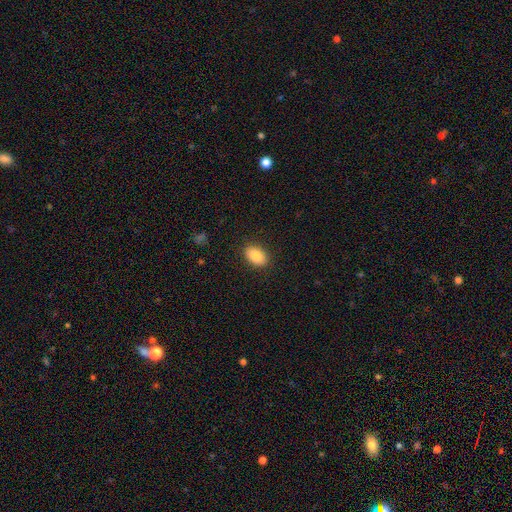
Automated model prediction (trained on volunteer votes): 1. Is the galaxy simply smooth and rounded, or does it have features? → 87% smooth, 7% star or artifact, 6% featured or disk.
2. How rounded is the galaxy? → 90% in between, 9% round, 1% cigar-shaped.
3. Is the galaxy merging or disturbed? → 88% none, 8% minor disturbance, 2% major disturbance, 1% merger.